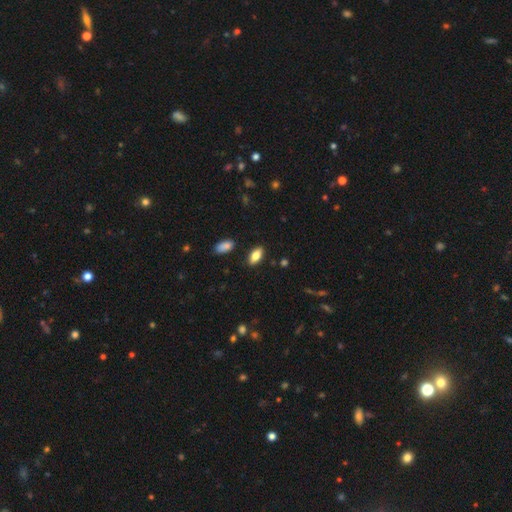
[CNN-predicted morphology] A smooth galaxy with no disk features (78%) that is in between round and cigar-shaped (88%). Merging: none (87%).